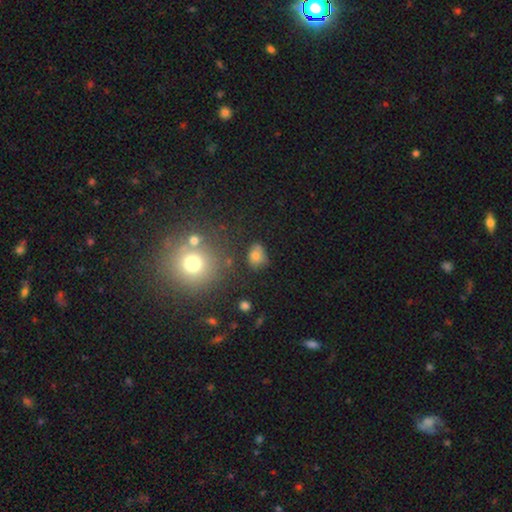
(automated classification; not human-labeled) This appears to be a smooth galaxy with no disk features (74%) that is in between round and cigar-shaped (54%). Merging: none (68%).